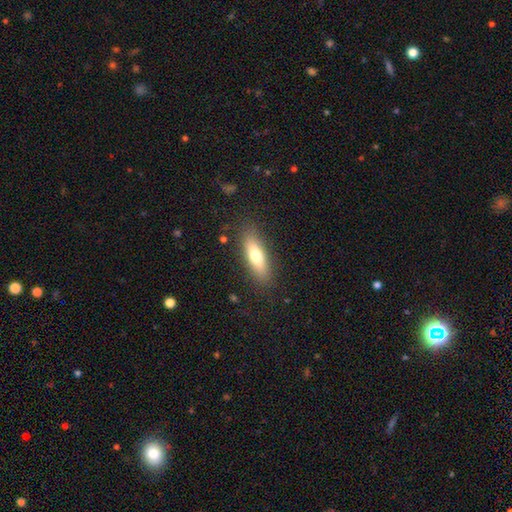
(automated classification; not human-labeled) Q: Smooth or featured?
A: smooth (69%); runner-up: featured or disk (24%)
Q: How rounded?
A: in between (50%); runner-up: cigar-shaped (47%)
Q: Merging?
A: none (85%); runner-up: minor disturbance (11%)